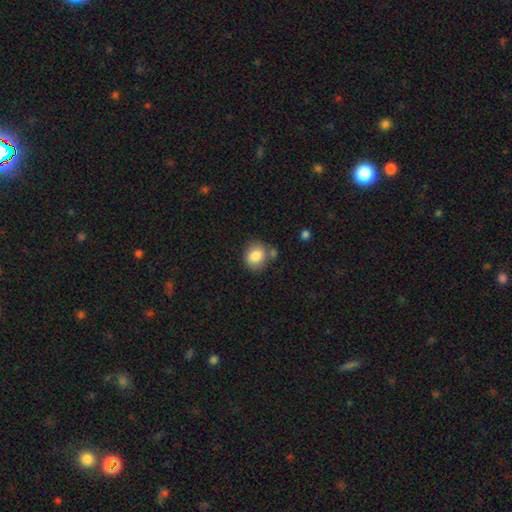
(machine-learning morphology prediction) Q: Smooth or featured?
A: smooth (83%); runner-up: featured or disk (8%)
Q: How rounded?
A: round (66%); runner-up: in between (33%)
Q: Merging?
A: none (64%); runner-up: minor disturbance (16%)